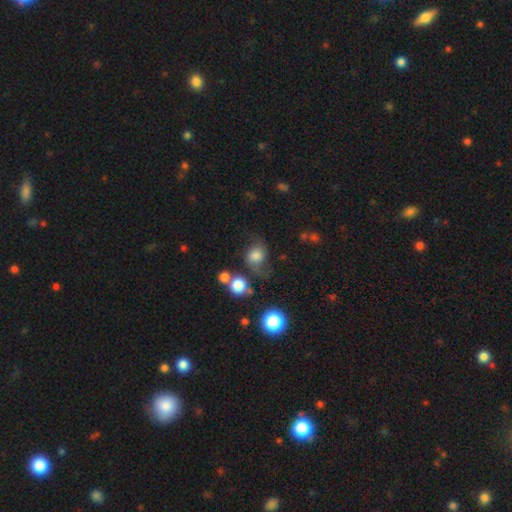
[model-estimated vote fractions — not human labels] Smooth or featured? smooth (62%)
How rounded? round (64%)
Merging? none (41%)